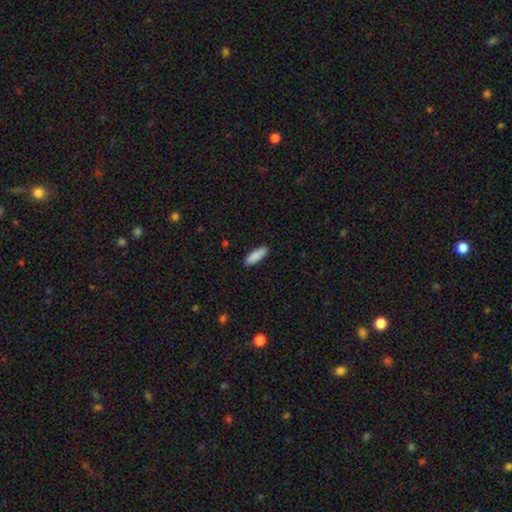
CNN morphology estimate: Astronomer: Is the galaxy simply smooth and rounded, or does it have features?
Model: smooth — 89%.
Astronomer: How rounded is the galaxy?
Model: in between — 58% (runner-up: cigar-shaped, 41%).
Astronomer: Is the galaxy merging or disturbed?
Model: none — 89%.